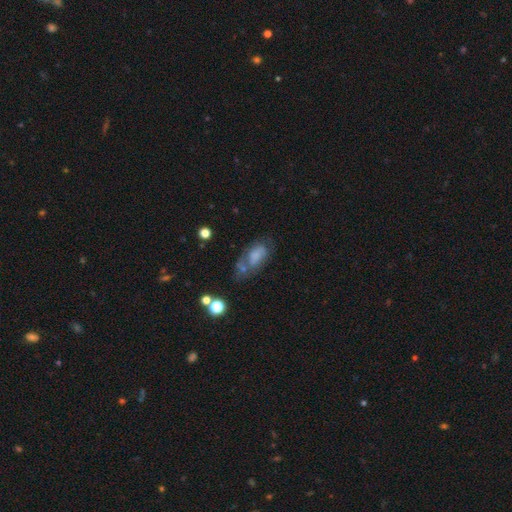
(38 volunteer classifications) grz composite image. It shows a smooth galaxy with no disk features (58%) that is in between round and cigar-shaped (95%). Merging: minor disturbance (34%).